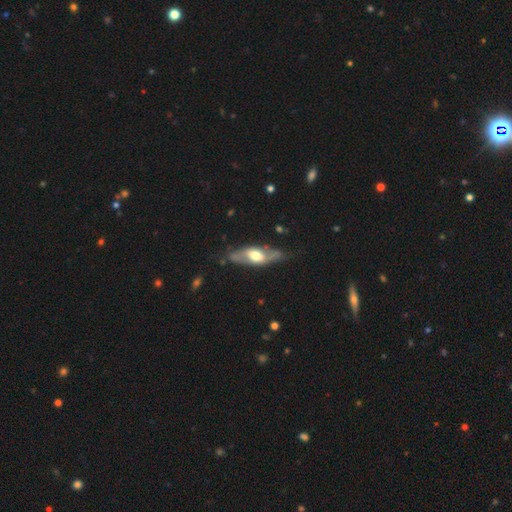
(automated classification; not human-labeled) featured or disk 60%, smooth 35%, star or artifact 5%. Down the decision tree: edge-on disk — no (58%); merging — none (69%).